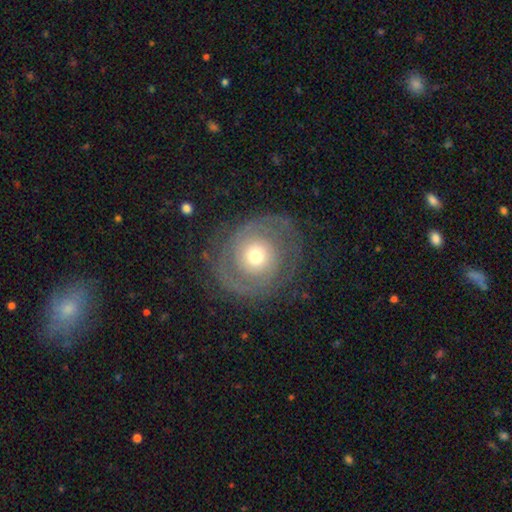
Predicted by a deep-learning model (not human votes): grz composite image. It shows a featured or disk galaxy (76%) with no bar (80%), 2 (66%) tight (63%) spiral arms (85%) and a moderate central bulge (56%). Merging: none (78%).